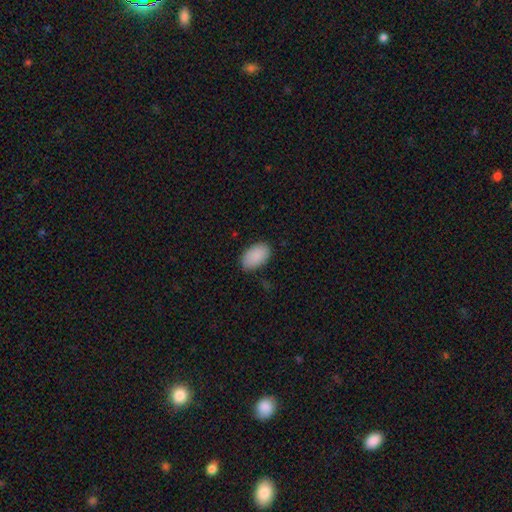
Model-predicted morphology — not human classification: This appears to be a smooth galaxy with no disk features (90%) that is in between round and cigar-shaped (94%). Merging: none (85%).